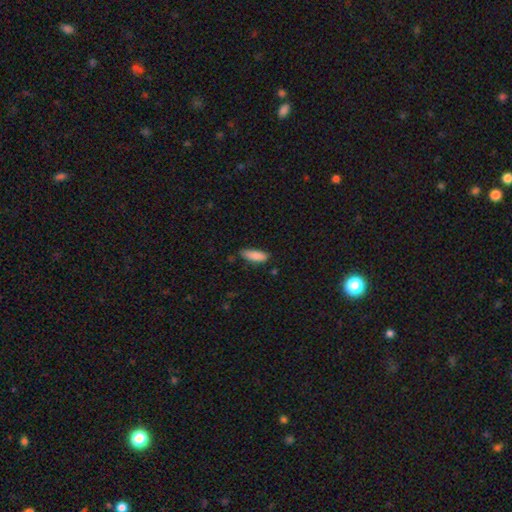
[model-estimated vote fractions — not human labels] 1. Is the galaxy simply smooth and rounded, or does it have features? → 88% smooth, 7% star or artifact, 6% featured or disk.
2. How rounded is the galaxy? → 60% in between, 38% cigar-shaped, 2% round.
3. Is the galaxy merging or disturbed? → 73% none, 22% minor disturbance, 3% major disturbance, 2% merger.